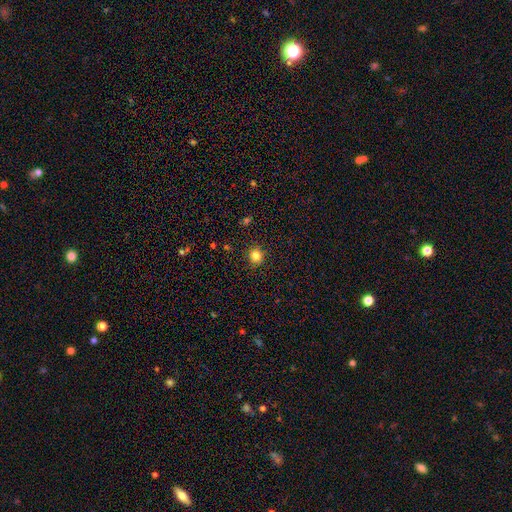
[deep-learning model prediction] Smooth or featured? Predicted: smooth (p=0.83). How rounded? Predicted: round (p=0.89). Merging? Predicted: none (p=0.90).